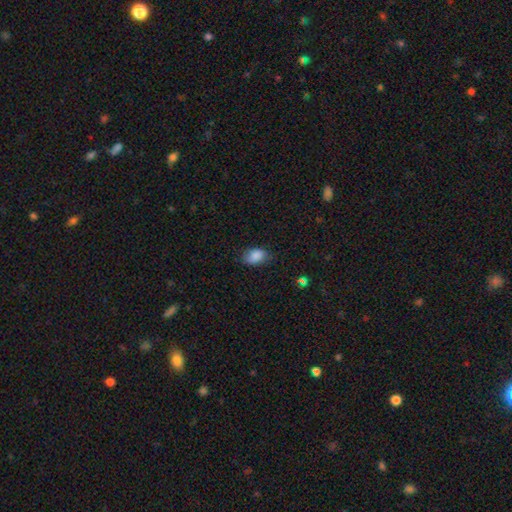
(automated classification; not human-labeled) This appears to be a smooth galaxy with no disk features (87%) that is in between round and cigar-shaped (87%). Merging: none (74%).